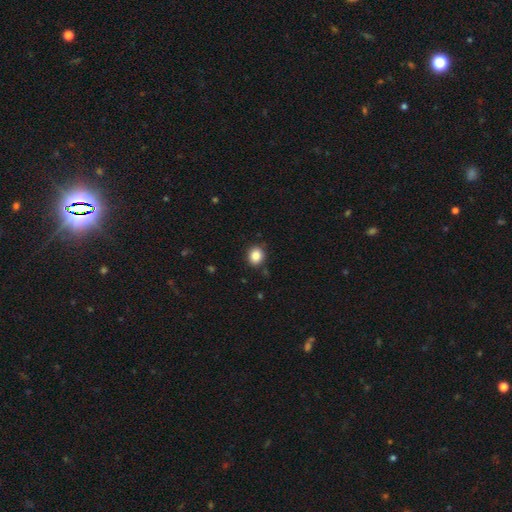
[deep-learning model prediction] smooth 86%, star or artifact 10%, featured or disk 4%. Down the decision tree: how rounded — round (71%); merging — none (88%).